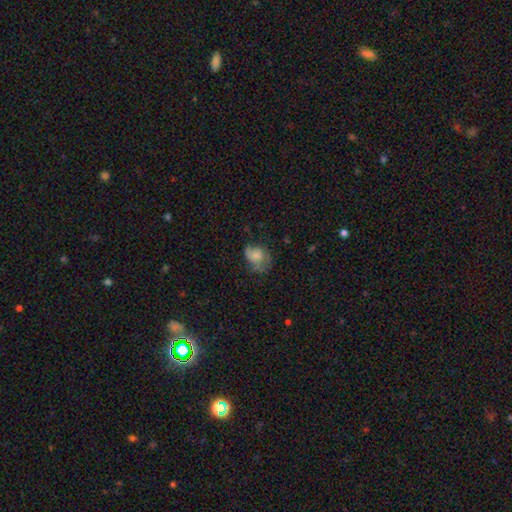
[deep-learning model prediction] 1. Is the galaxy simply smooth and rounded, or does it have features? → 62% smooth, 29% featured or disk, 9% star or artifact.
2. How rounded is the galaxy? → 67% in between, 32% round, 1% cigar-shaped.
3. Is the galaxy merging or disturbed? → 39% none, 32% minor disturbance, 27% major disturbance, 2% merger.